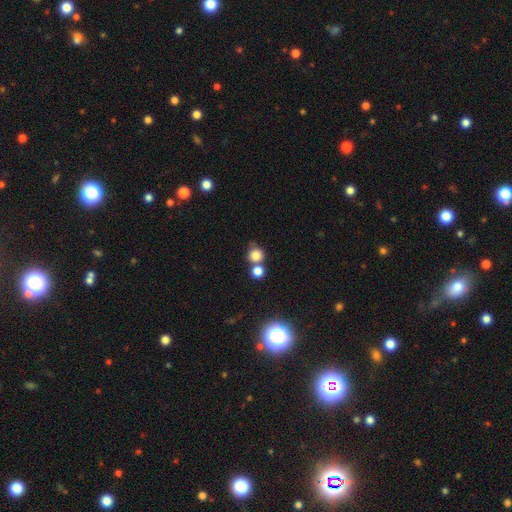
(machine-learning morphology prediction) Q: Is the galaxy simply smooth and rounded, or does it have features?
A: smooth — 80%.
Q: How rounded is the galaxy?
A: round — 88%.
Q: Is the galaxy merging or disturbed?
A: none — 53%.